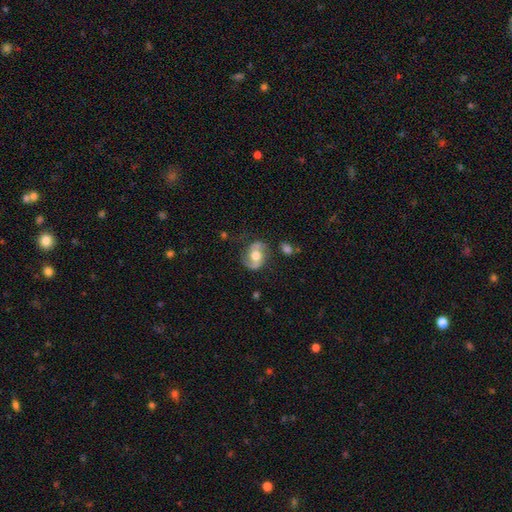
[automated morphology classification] type=featured or disk (69%); edge-on=no (96%); bar=no (55%); spiral arms=yes (87%); winding=medium (46%); arm count=2 (89%); bulge=moderate (64%); merging=none (70%).